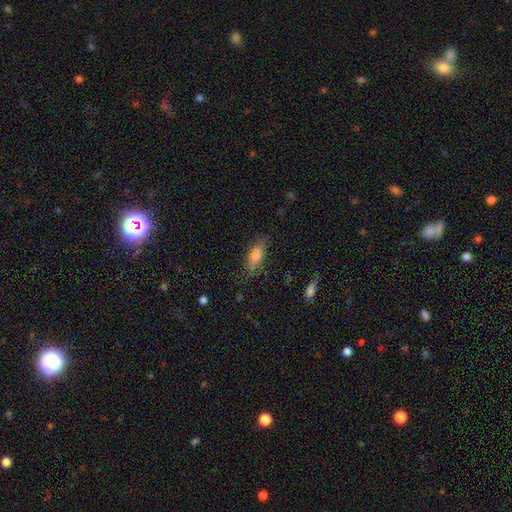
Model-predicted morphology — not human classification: This appears to be a smooth galaxy with no disk features (75%) that is in between round and cigar-shaped (63%). Merging: none (79%).